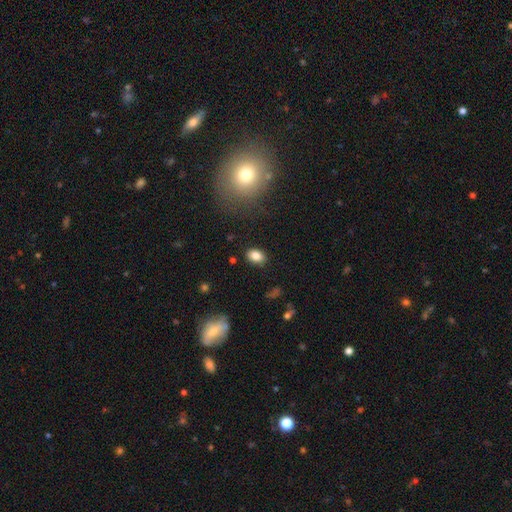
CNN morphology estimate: A smooth galaxy with no disk features (84%) that is in between round and cigar-shaped (81%). Merging: none (85%).